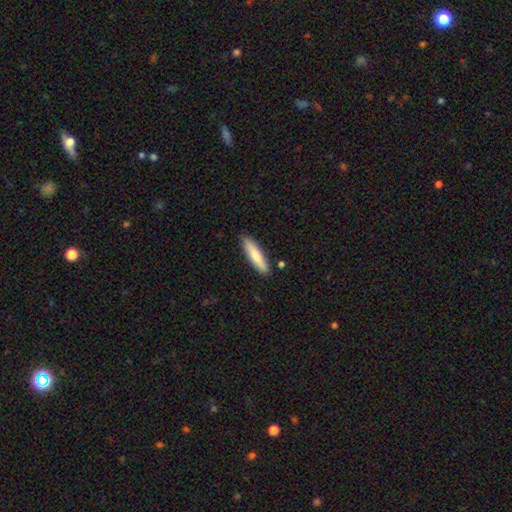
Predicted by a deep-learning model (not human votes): smooth 75%, featured or disk 19%, star or artifact 5%. Down the decision tree: how rounded — cigar-shaped (78%); merging — none (86%).